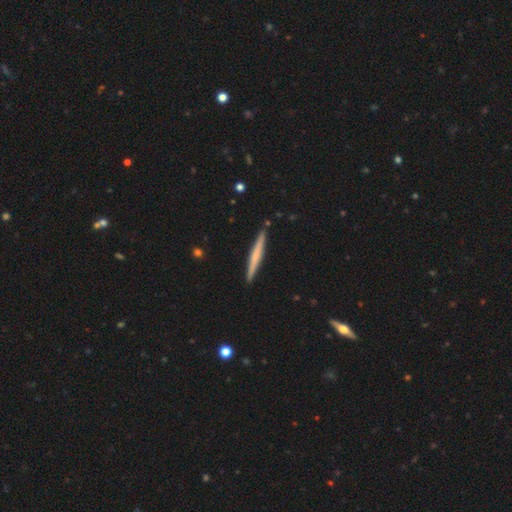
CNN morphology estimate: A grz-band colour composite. It shows a smooth galaxy with no disk features (48%). Merging: none (91%).